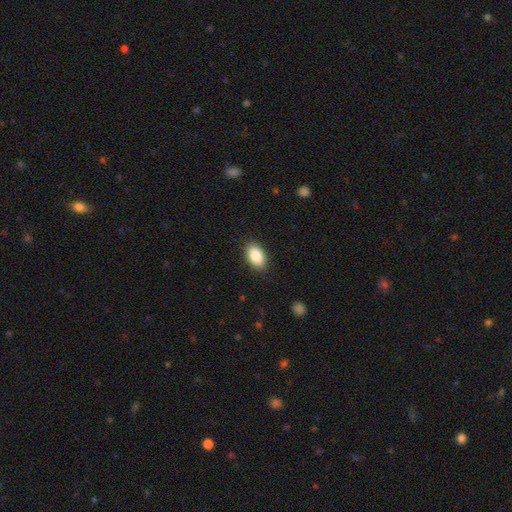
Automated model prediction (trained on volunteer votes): This appears to be a smooth galaxy with no disk features (87%) that is in between round and cigar-shaped (93%). Merging: none (88%).